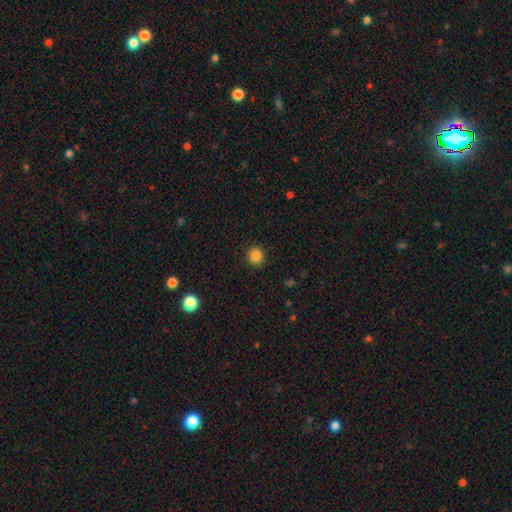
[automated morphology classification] This is clearly a smooth galaxy (85%). How rounded: clearly round (86%). Merging: clearly none (91%).